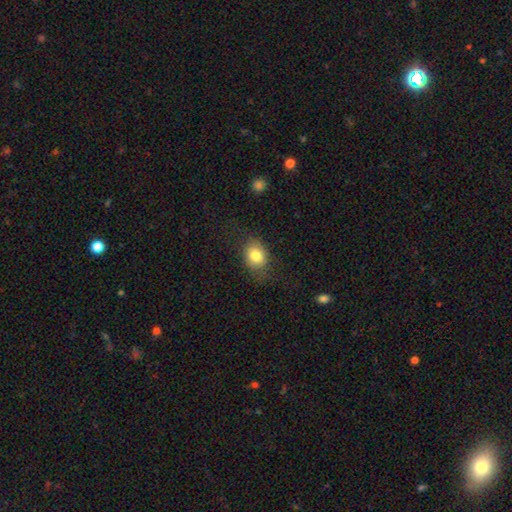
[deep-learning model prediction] smooth_or_featured: smooth (p=0.81) [alt: star or artifact p=0.10]
how_rounded: in between (p=0.52) [alt: round p=0.47]
merging: none (p=0.74) [alt: minor disturbance p=0.18]